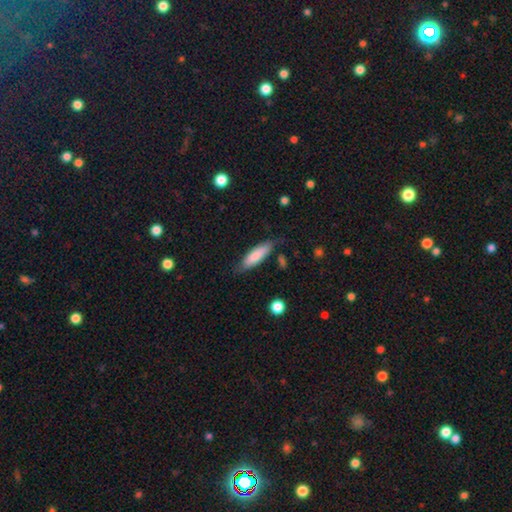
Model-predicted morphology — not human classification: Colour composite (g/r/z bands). It shows a smooth galaxy with no disk features (79%) that is cigar-shaped (55%). Merging: none (73%).